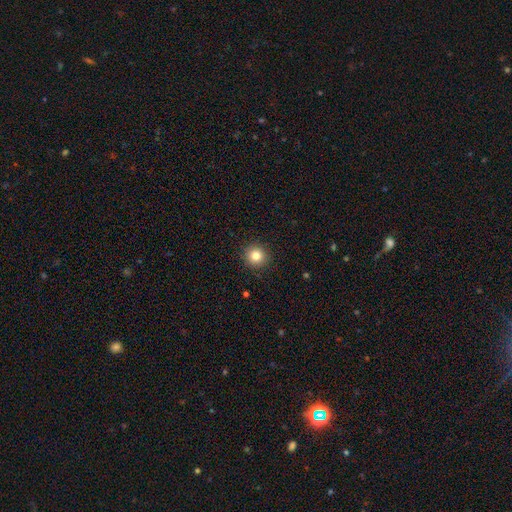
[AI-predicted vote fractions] This is clearly a smooth galaxy (82%). How rounded: clearly round (95%). Merging: clearly none (92%).